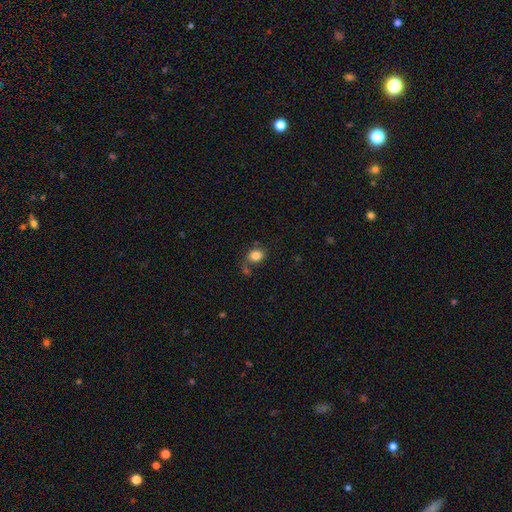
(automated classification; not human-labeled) smooth-or-featured: smooth: 83% | star or artifact: 10% | featured or disk: 7%
  how-rounded: round: 51% | in between: 48% | cigar-shaped: 1%
  merging: none: 61% | minor disturbance: 16% | merger: 15% | major disturbance: 8%